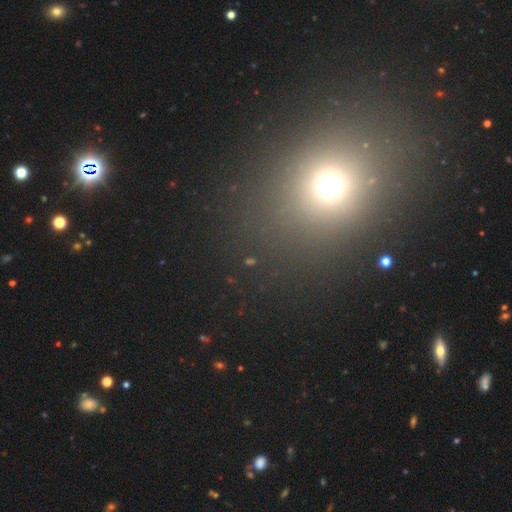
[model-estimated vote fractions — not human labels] Morphology: type=smooth (52%); roundness=round (68%); merging=none (88%).